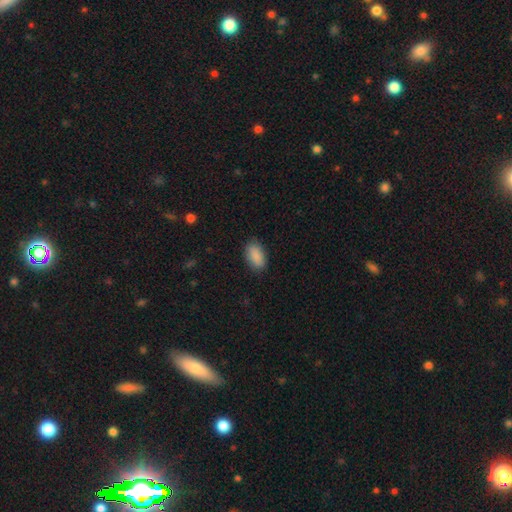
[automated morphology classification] smooth 89%, star or artifact 7%, featured or disk 4%. Down the decision tree: how rounded — in between (93%); merging — none (85%).